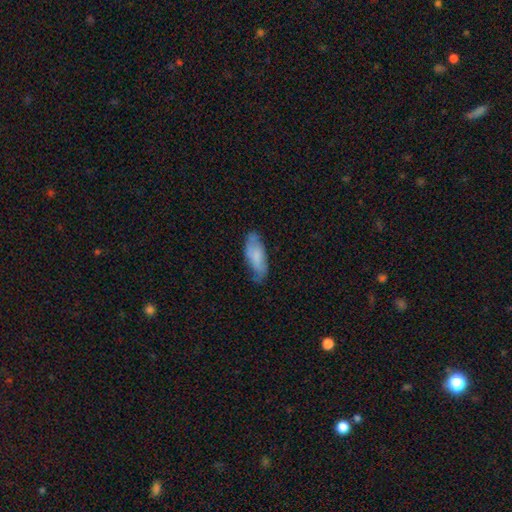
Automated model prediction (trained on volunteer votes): Morphology: type=smooth (69%); roundness=in between (73%); merging=none (65%).